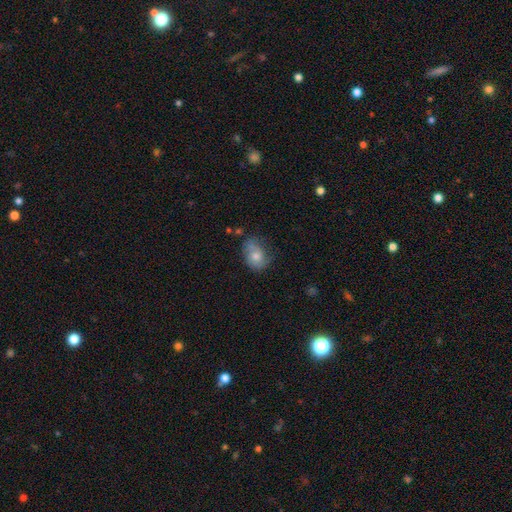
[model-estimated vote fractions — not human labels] A smooth galaxy with no disk features (64%) that is in between round and cigar-shaped (69%).

Vote fractions:
- Smooth or featured? smooth: 64% / featured or disk: 28% / star or artifact: 8%
- How rounded? in between: 69% / round: 29% / cigar-shaped: 1%
- Merging? none: 49% / minor disturbance: 32% / major disturbance: 13% / merger: 6%